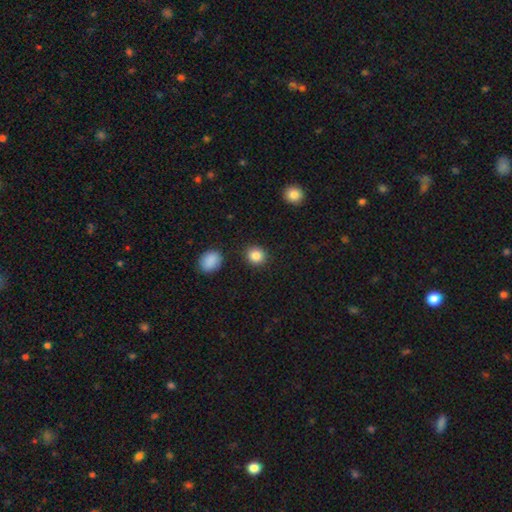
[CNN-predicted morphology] Q: Smooth or featured?
A: smooth (86%); runner-up: star or artifact (10%)
Q: How rounded?
A: round (85%); runner-up: in between (14%)
Q: Merging?
A: none (88%); runner-up: minor disturbance (7%)